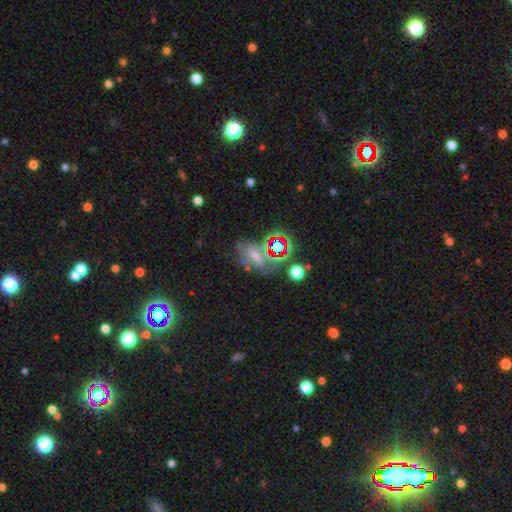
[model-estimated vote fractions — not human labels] A star or artifact, not a galaxy (43%).